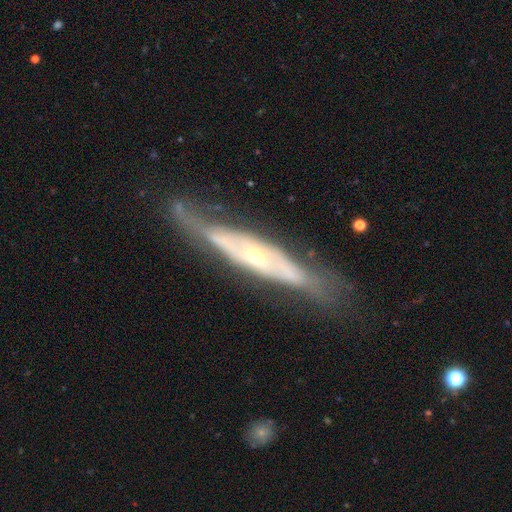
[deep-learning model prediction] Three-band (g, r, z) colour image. It shows a featured or disk galaxy (79%) viewed edge-on (50%, tied with no). Merging: none (62%).